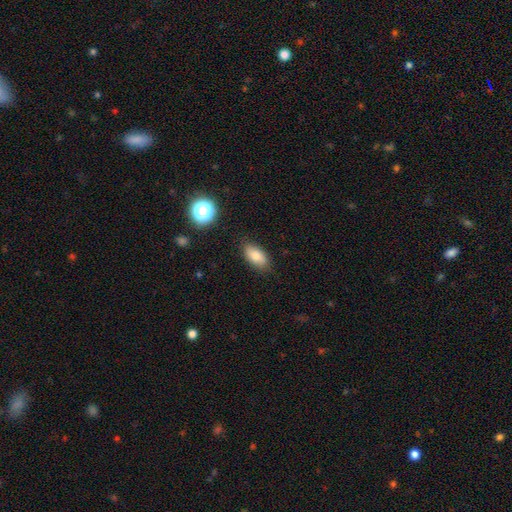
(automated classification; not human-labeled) Morphology: type=smooth (79%); roundness=in between (90%); merging=none (84%).